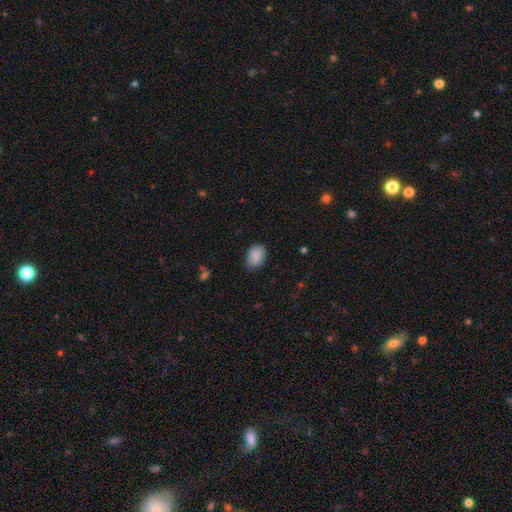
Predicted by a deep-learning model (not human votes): Q: Smooth or featured?
A: smooth (88%); runner-up: star or artifact (7%)
Q: How rounded?
A: in between (77%); runner-up: round (22%)
Q: Merging?
A: none (80%); runner-up: minor disturbance (15%)